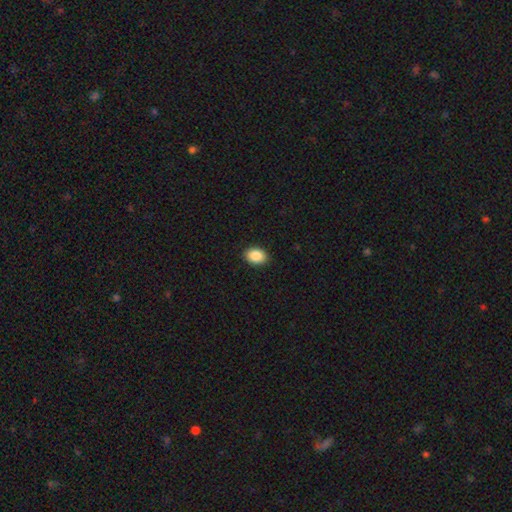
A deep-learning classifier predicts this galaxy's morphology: Smooth or featured? Predicted: smooth (p=0.88). How rounded? Predicted: in between (p=0.76). Merging? Predicted: none (p=0.90).